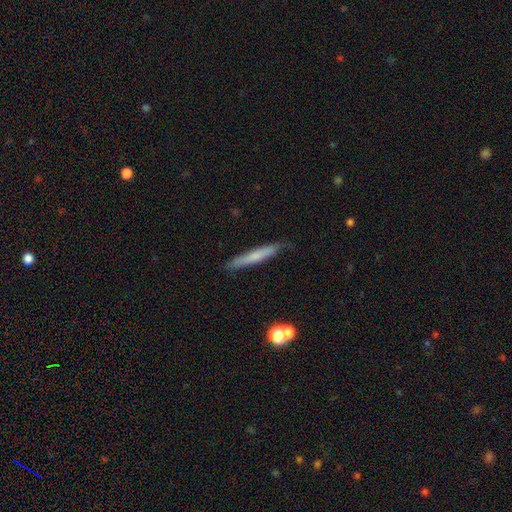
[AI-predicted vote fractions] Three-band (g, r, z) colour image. It shows a smooth galaxy with no disk features (63%) that is cigar-shaped (95%). Merging: none (85%).